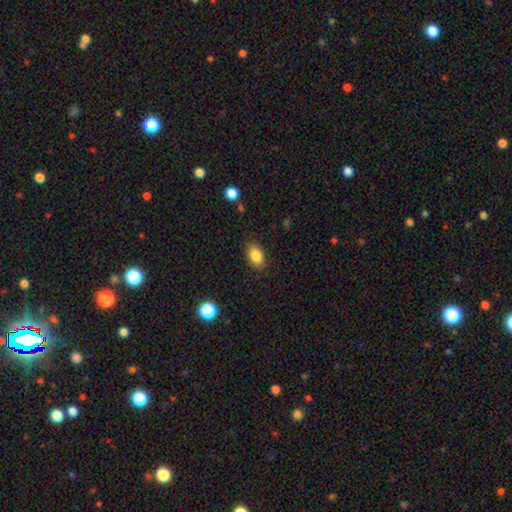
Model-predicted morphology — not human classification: This appears to be a smooth galaxy with no disk features (85%) that is in between round and cigar-shaped (87%). Merging: none (86%).